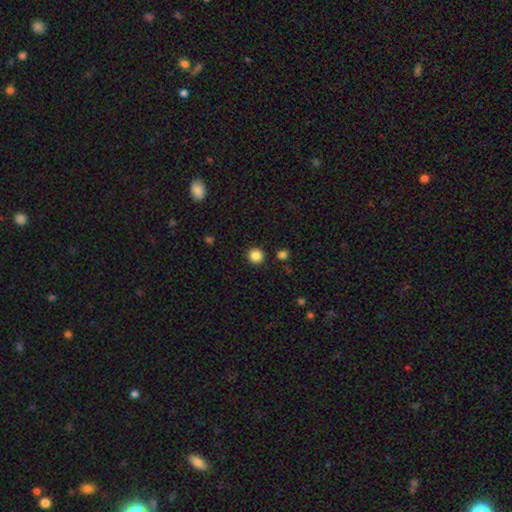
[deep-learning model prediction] smooth 86%, star or artifact 11%, featured or disk 3%. Down the decision tree: how rounded — round (95%); merging — none (91%).